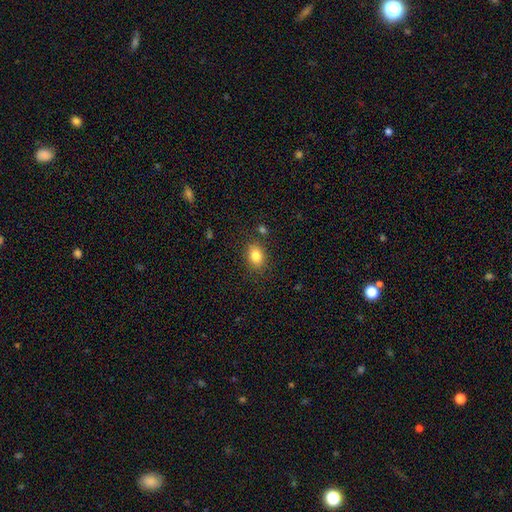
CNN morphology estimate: type=smooth (83%); roundness=in between (68%); merging=none (83%).